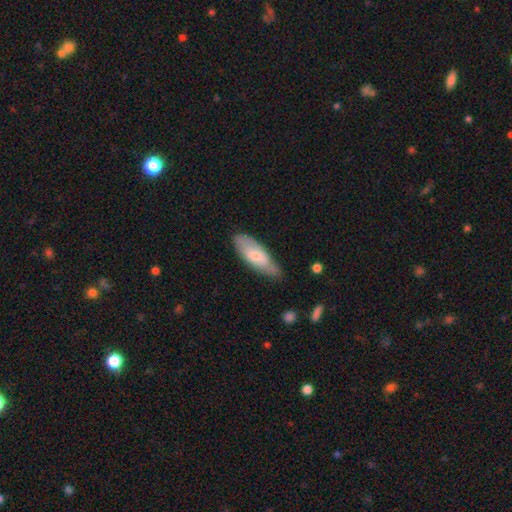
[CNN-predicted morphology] Smooth or featured: smooth — 58% (featured or disk — 36%)
How rounded: in between — 68% (cigar-shaped — 31%)
Merging: none — 64% (minor disturbance — 28%)